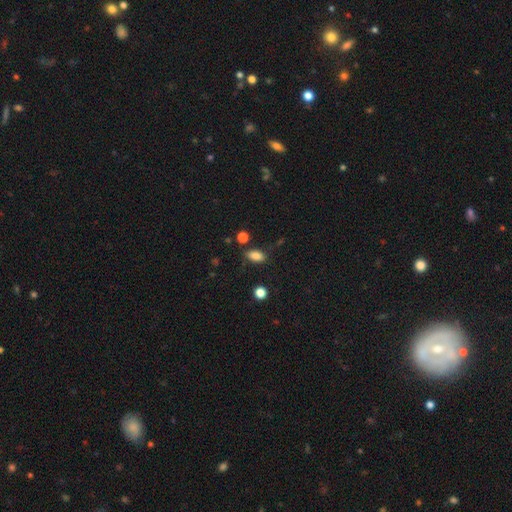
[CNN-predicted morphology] Q: Smooth or featured?
A: smooth (85%); runner-up: star or artifact (10%)
Q: How rounded?
A: in between (88%); runner-up: round (7%)
Q: Merging?
A: none (79%); runner-up: minor disturbance (15%)